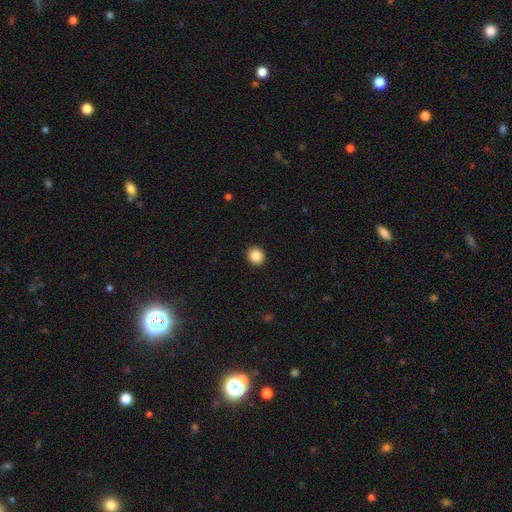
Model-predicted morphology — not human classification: Smooth or featured: smooth — 87% (star or artifact — 9%)
How rounded: round — 83% (in between — 16%)
Merging: none — 93% (minor disturbance — 4%)